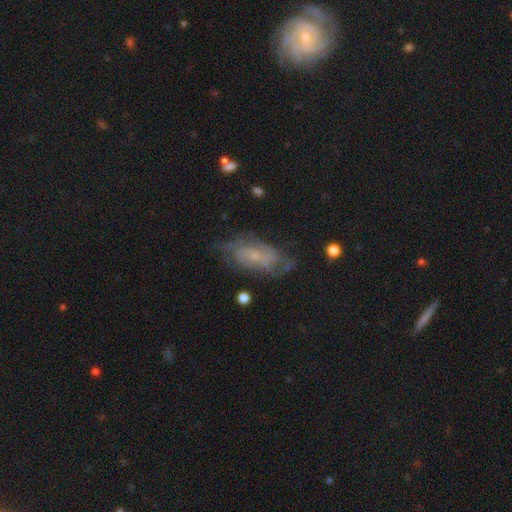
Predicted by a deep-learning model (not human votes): Smooth or featured? Predicted: featured or disk (p=0.62). Edge-on disk? Predicted: no (p=0.92). Bar? Predicted: no (p=0.69). Spiral arms? Predicted: yes (p=0.79). Bulge size? Predicted: small (p=0.74). Merging? Predicted: none (p=0.63).